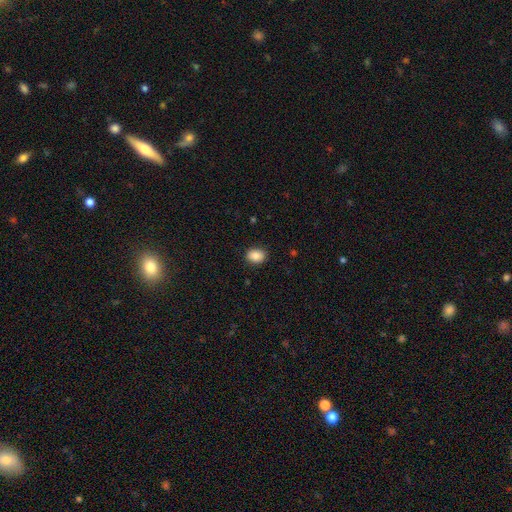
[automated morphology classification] The model was most divided on "how rounded": in between: 56%, round: 43%, cigar-shaped: 1%. More confident: merging — none (89%); smooth or featured — smooth (87%).